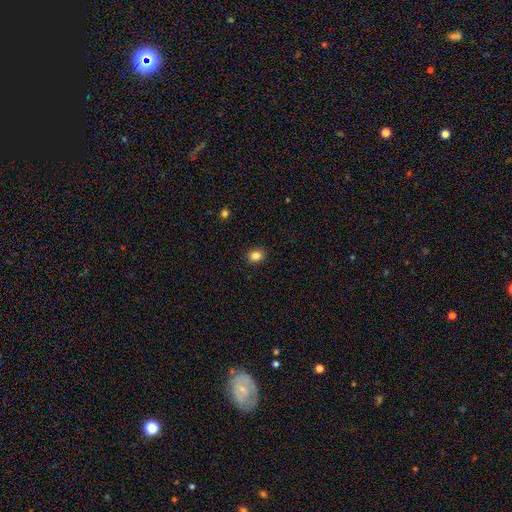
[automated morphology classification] A smooth galaxy with no disk features (85%) that is round (55%). Merging: none (90%).